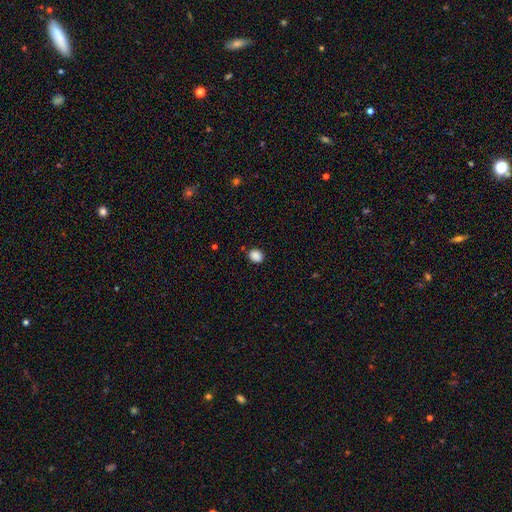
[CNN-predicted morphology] This is clearly a smooth galaxy (88%). How rounded: possibly round (54%). Merging: clearly none (85%).